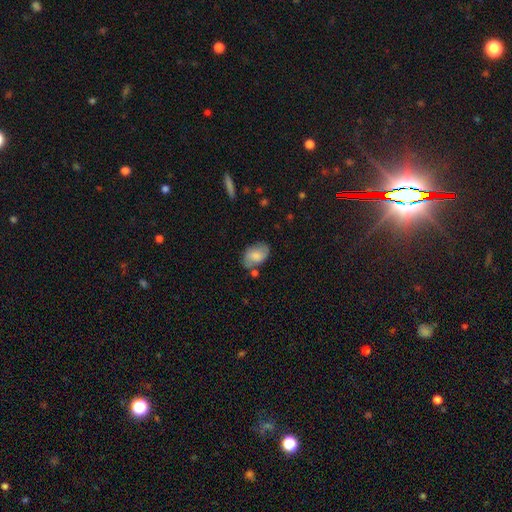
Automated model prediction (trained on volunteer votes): A smooth galaxy with no disk features (70%) that is in between round and cigar-shaped (87%). Merging: none (62%).